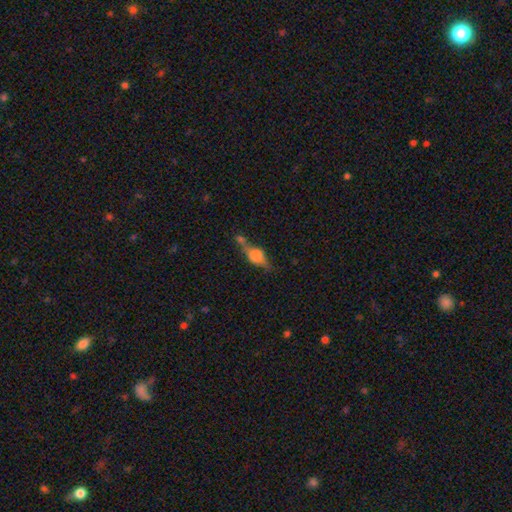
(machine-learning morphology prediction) This is possibly a featured or disk galaxy (50%). It is clearly viewed edge-on (84%). Merging: marginally none (42%).